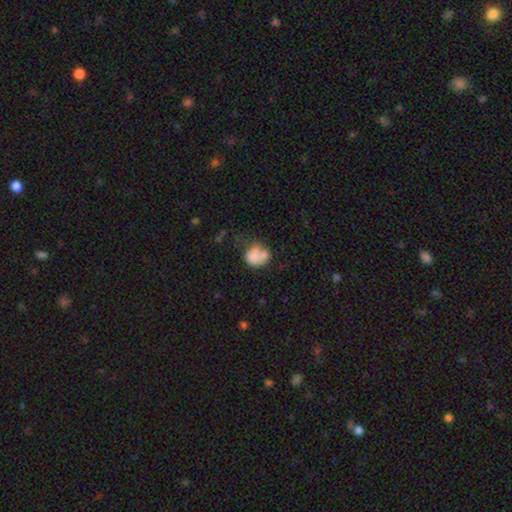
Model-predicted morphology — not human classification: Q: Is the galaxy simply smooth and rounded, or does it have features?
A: smooth — 70%.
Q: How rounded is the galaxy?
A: round — 66%.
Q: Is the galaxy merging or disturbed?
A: merger — 36%.